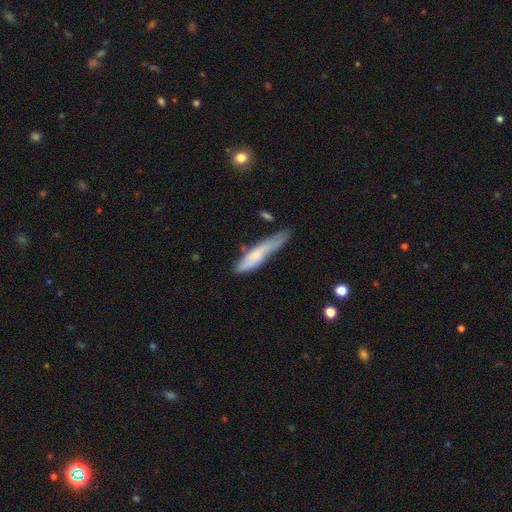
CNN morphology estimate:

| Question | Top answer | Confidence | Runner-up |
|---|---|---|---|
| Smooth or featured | smooth | 61% | featured or disk (33%) |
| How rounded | cigar-shaped | 83% | in between (16%) |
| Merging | none | 48% | minor disturbance (35%) |